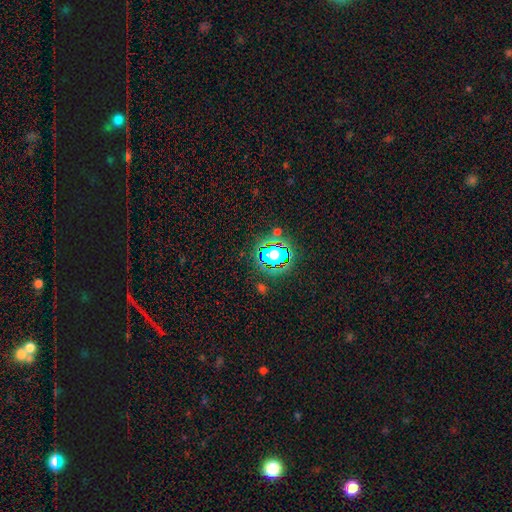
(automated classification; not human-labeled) Smooth or featured? star or artifact (79%)